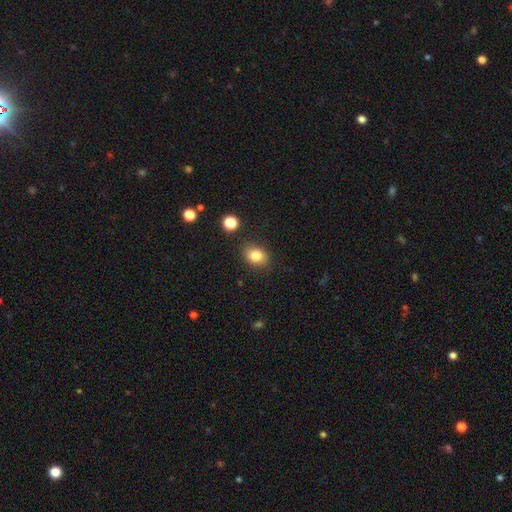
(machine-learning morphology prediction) A smooth galaxy with no disk features (83%) that is in between round and cigar-shaped (64%).

Vote fractions:
- Smooth or featured? smooth: 83% / star or artifact: 10% / featured or disk: 8%
- How rounded? in between: 64% / round: 35% / cigar-shaped: 1%
- Merging? none: 84% / minor disturbance: 11% / major disturbance: 3% / merger: 2%